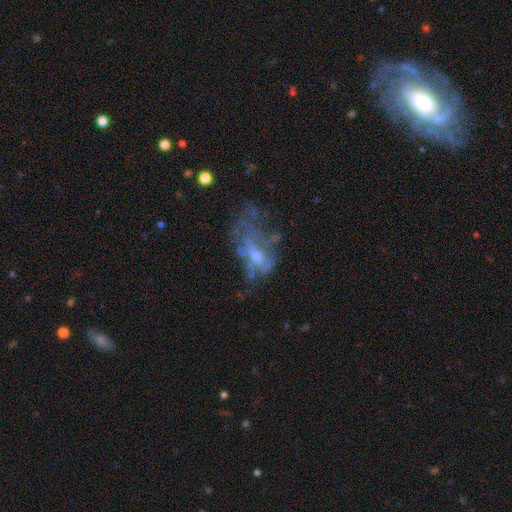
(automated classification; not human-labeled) This is likely a featured or disk galaxy (63%). It is clearly not viewed edge-on (94%). Bar: likely no (70%). Spiral arm pattern: likely no (78%). Central bulge: marginally small (41%). Merging: marginally major disturbance (43%).